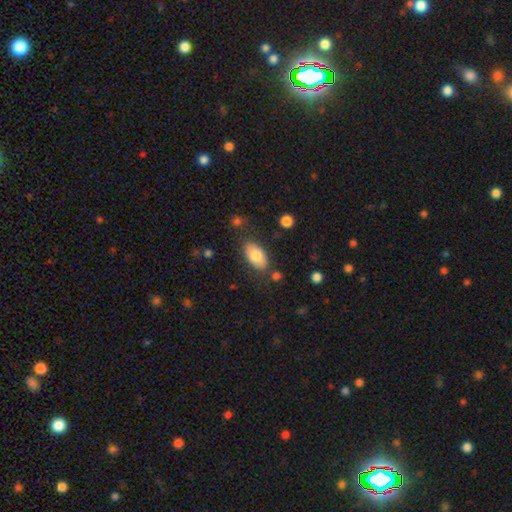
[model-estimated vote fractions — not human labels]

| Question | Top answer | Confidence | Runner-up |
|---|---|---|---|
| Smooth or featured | smooth | 80% | featured or disk (14%) |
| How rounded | in between | 93% | round (4%) |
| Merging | none | 77% | minor disturbance (14%) |